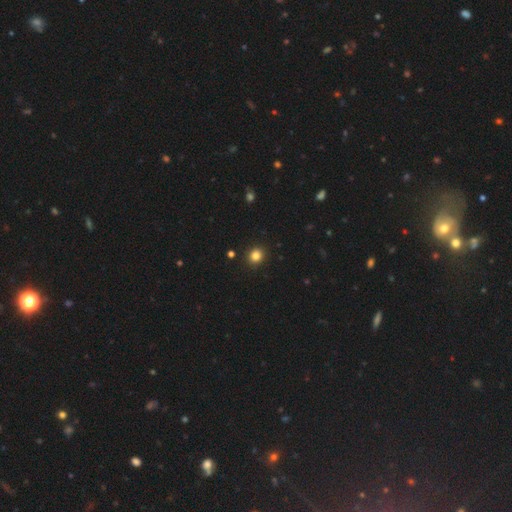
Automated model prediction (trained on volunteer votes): smooth 84%, star or artifact 12%, featured or disk 4%. Down the decision tree: how rounded — round (81%); merging — none (91%).